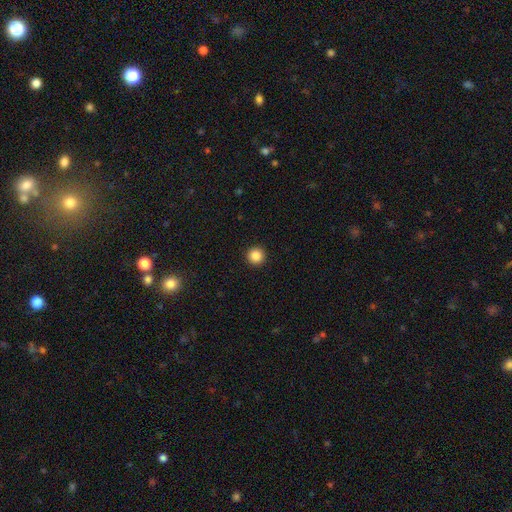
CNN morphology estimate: smooth-or-featured: smooth: 87% | star or artifact: 10% | featured or disk: 3%
  how-rounded: round: 96% | in between: 3% | cigar-shaped: 1%
  merging: none: 94% | minor disturbance: 4% | major disturbance: 2% | merger: 1%